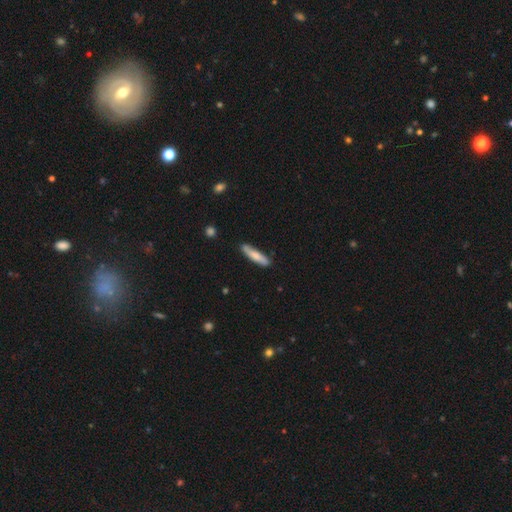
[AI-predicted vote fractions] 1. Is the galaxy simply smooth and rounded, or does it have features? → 72% smooth, 23% featured or disk, 5% star or artifact.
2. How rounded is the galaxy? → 83% cigar-shaped, 15% in between, 1% round.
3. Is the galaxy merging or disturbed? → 81% none, 15% minor disturbance, 2% merger, 2% major disturbance.